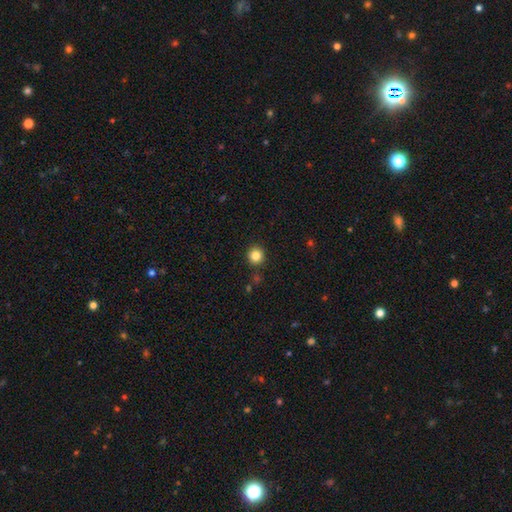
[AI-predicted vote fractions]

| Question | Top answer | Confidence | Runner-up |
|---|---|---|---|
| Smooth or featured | smooth | 83% | star or artifact (12%) |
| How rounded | round | 94% | in between (5%) |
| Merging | none | 91% | minor disturbance (6%) |